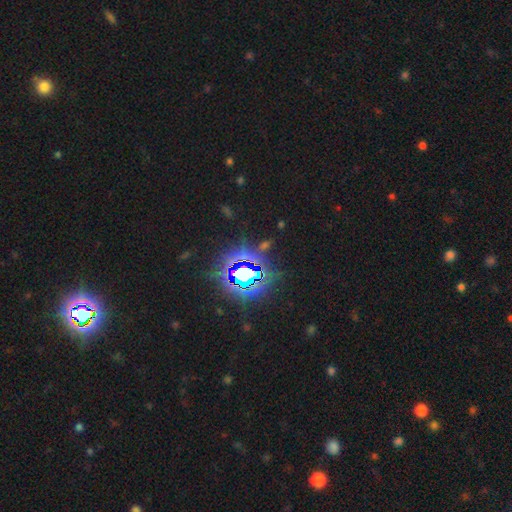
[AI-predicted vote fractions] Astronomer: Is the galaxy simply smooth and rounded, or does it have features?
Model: star or artifact — 85%.